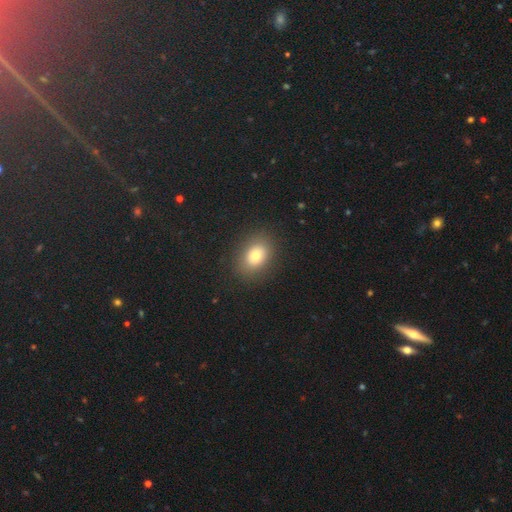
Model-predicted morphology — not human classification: A smooth galaxy with no disk features (76%) that is in between round and cigar-shaped (61%).

Vote fractions:
- Smooth or featured? smooth: 76% / star or artifact: 12% / featured or disk: 12%
- How rounded? in between: 61% / round: 38% / cigar-shaped: 1%
- Merging? none: 86% / minor disturbance: 9% / major disturbance: 4% / merger: 1%